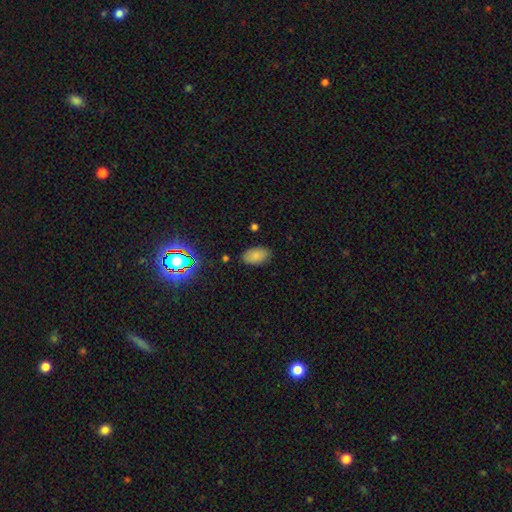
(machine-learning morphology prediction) A smooth galaxy with no disk features (81%) that is in between round and cigar-shaped (93%).

Vote fractions:
- Smooth or featured? smooth: 81% / star or artifact: 12% / featured or disk: 7%
- How rounded? in between: 93% / round: 5% / cigar-shaped: 2%
- Merging? none: 85% / minor disturbance: 11% / major disturbance: 3% / merger: 1%